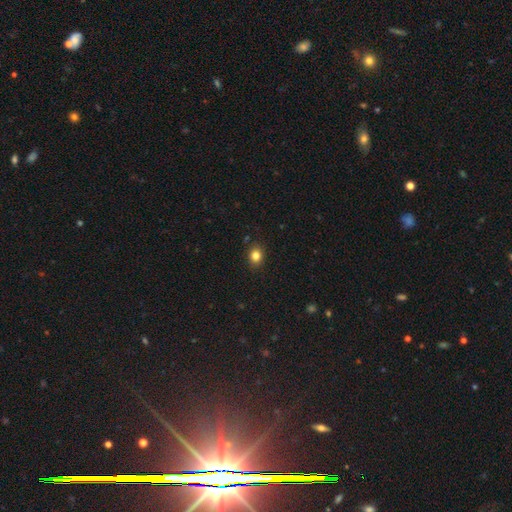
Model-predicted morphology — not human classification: This appears to be a smooth galaxy with no disk features (83%) that is round (62%). Merging: none (89%).